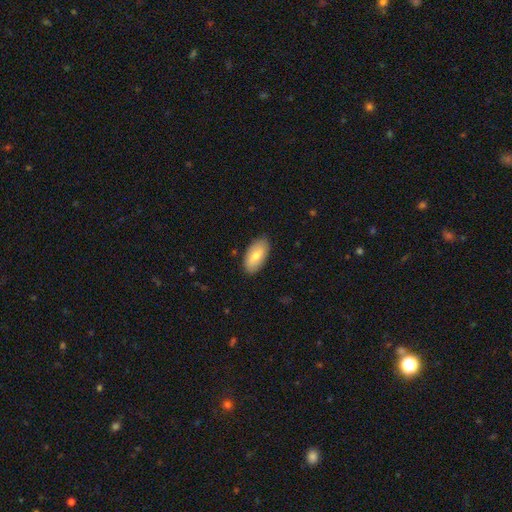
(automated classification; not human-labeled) Smooth or featured? smooth (73%)
How rounded? in between (94%)
Merging? none (87%)